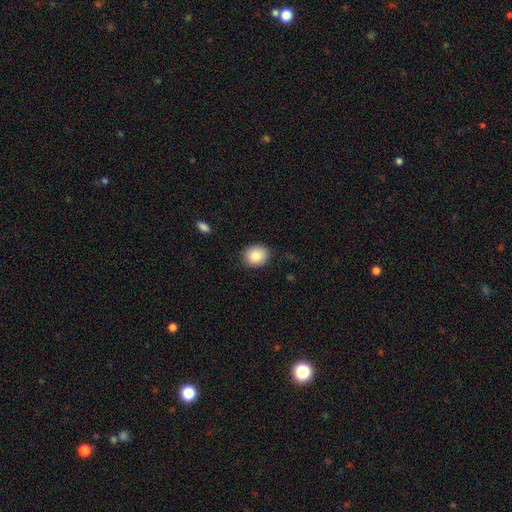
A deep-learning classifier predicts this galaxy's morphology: smooth-or-featured: smooth: 85% | star or artifact: 8% | featured or disk: 7%
  how-rounded: round: 69% | in between: 31% | cigar-shaped: 1%
  merging: none: 87% | minor disturbance: 9% | major disturbance: 2% | merger: 1%